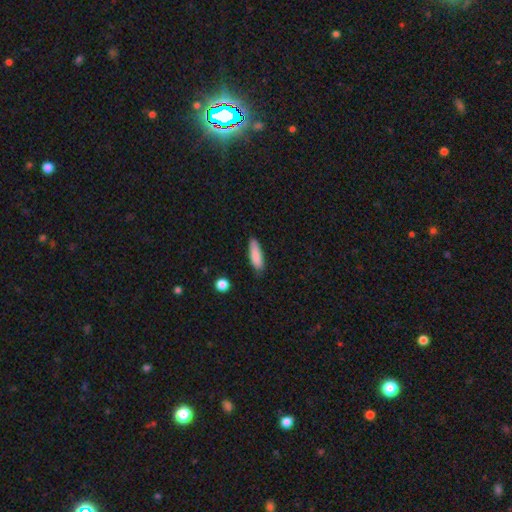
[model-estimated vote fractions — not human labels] Smooth or featured?
  - smooth: 86% *
  - featured or disk: 8%
  - star or artifact: 6%
How rounded?
  - cigar-shaped: 53% *
  - in between: 45%
  - round: 2%
Merging?
  - none: 77% *
  - minor disturbance: 18%
  - major disturbance: 3%
  - merger: 2%